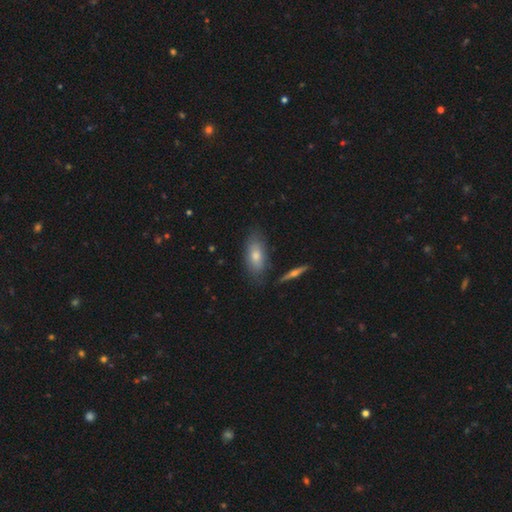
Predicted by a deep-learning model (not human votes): This appears to be a smooth galaxy with no disk features (65%) that is in between round and cigar-shaped (80%). Merging: none (79%).